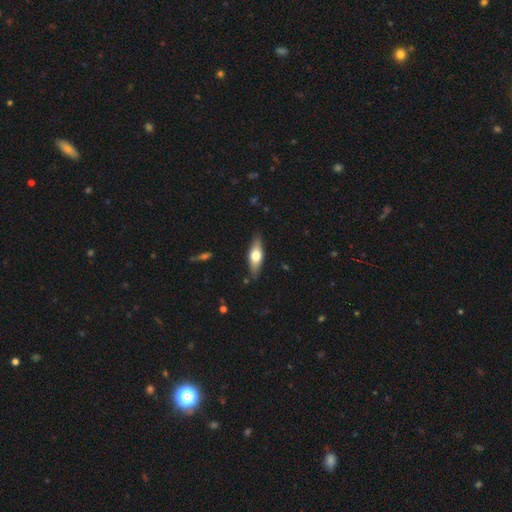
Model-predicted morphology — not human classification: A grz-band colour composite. It shows a smooth galaxy with no disk features (54%) that is in between round and cigar-shaped (60%). Merging: none (85%).